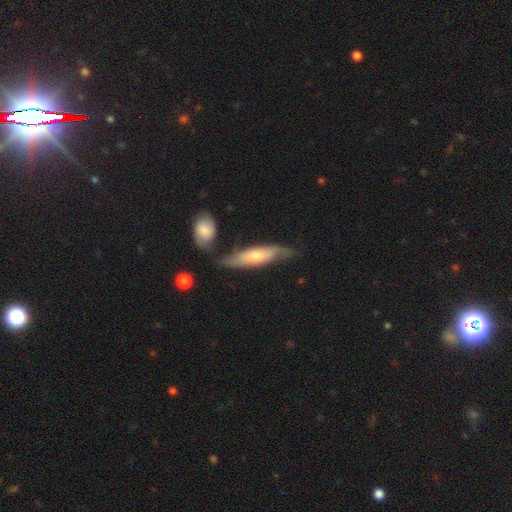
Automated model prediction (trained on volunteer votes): This is likely a featured or disk galaxy (62%). It is possibly viewed edge-on (55%). Merging: likely none (67%).